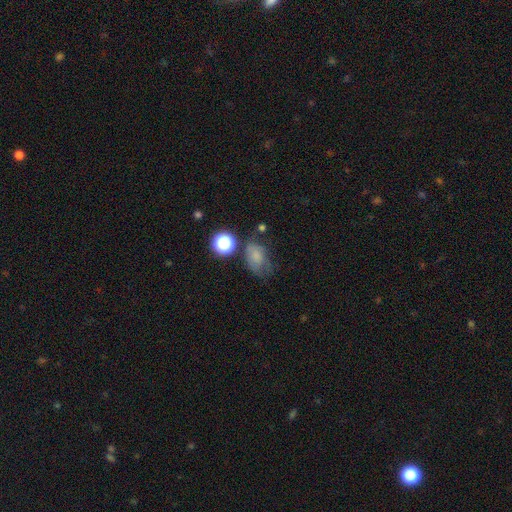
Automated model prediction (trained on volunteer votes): A smooth galaxy with no disk features (68%) that is in between round and cigar-shaped (74%).

Vote fractions:
- Smooth or featured? smooth: 68% / star or artifact: 17% / featured or disk: 15%
- How rounded? in between: 74% / round: 24% / cigar-shaped: 2%
- Merging? none: 42% / minor disturbance: 31% / major disturbance: 20% / merger: 7%